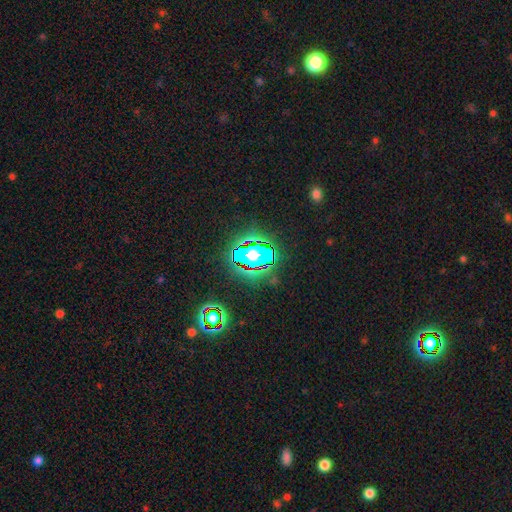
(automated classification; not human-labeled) This is likely a star or artifact rather than a galaxy (74%).